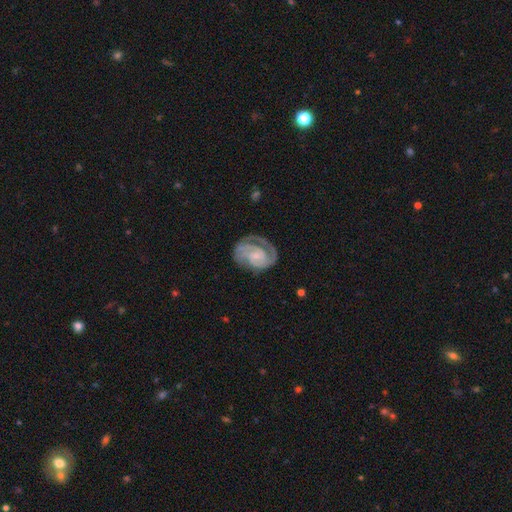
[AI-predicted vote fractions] The model was most divided on "bar": no: 57%, weak: 34%, strong: 9%. More confident: edge-on disk — no (98%); spiral arms — yes (97%); smooth or featured — featured or disk (88%); bulge size — small (70%); merging — none (66%); spiral arm count — 2 (64%); spiral winding — tight (60%).